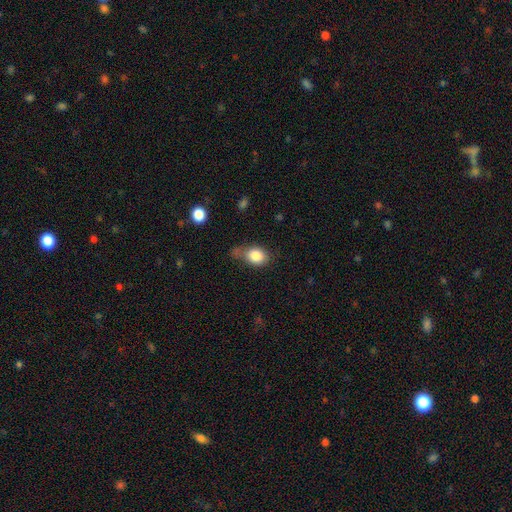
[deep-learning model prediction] Smooth or featured? Predicted: smooth (p=0.84). How rounded? Predicted: in between (p=0.59). Merging? Predicted: none (p=0.47).